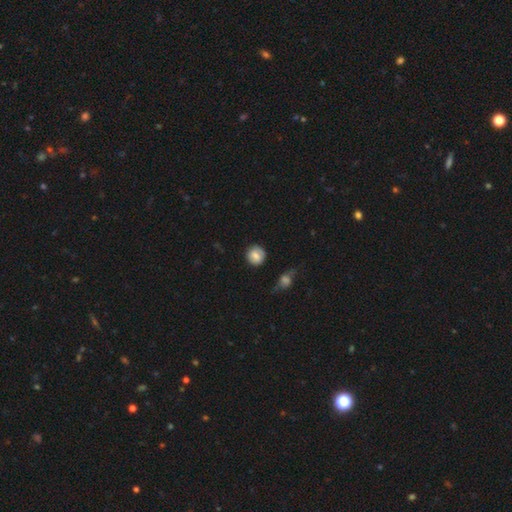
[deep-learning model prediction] Q: Smooth or featured?
A: smooth (76%); runner-up: featured or disk (16%)
Q: How rounded?
A: round (86%); runner-up: in between (13%)
Q: Merging?
A: none (79%); runner-up: minor disturbance (14%)